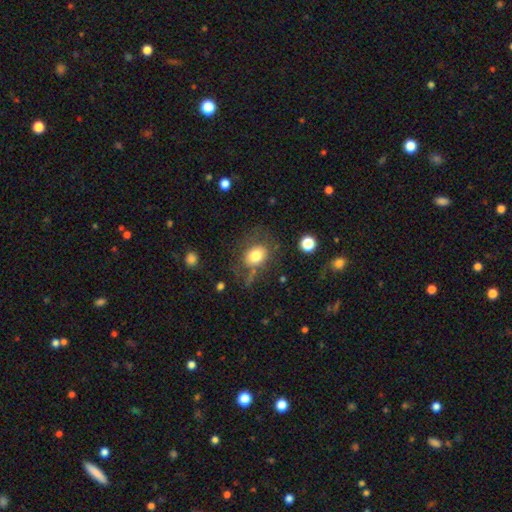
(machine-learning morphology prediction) type=smooth (75%); roundness=in between (50%); merging=none (59%).